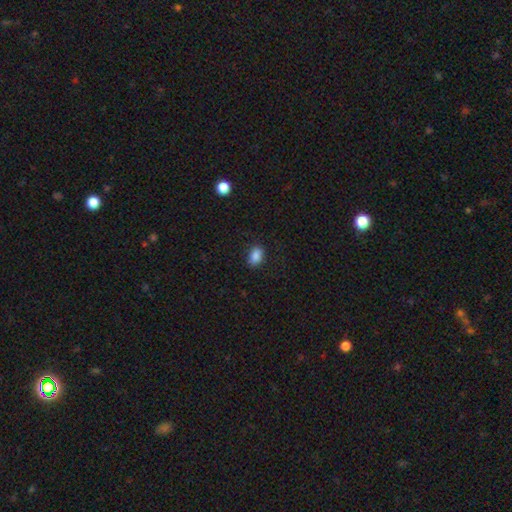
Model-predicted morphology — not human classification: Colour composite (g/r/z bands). It shows a smooth galaxy with no disk features (87%) that is in between round and cigar-shaped (86%). Merging: none (86%).